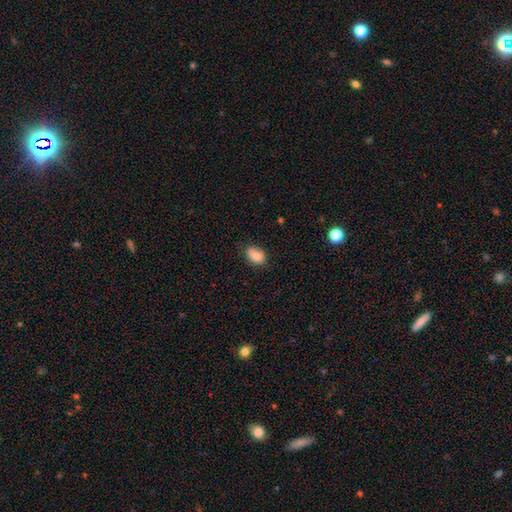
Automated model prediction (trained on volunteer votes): Smooth or featured: smooth — 83% (star or artifact — 9%)
How rounded: in between — 86% (round — 12%)
Merging: none — 65% (minor disturbance — 24%)